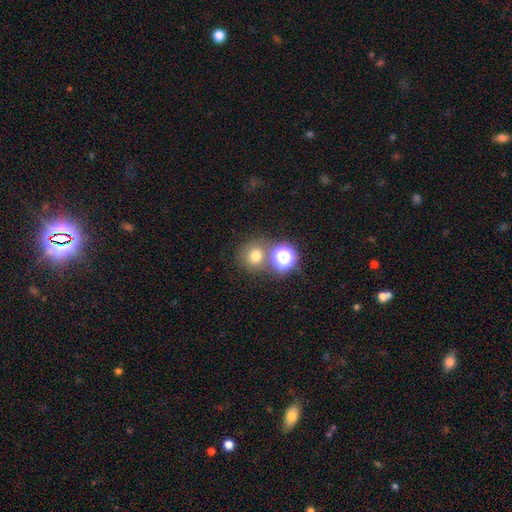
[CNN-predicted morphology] Smooth or featured?
  - smooth: 70% *
  - star or artifact: 21%
  - featured or disk: 9%
How rounded?
  - round: 88% *
  - in between: 11%
  - cigar-shaped: 1%
Merging?
  - none: 69% *
  - merger: 19%
  - minor disturbance: 8%
  - major disturbance: 4%